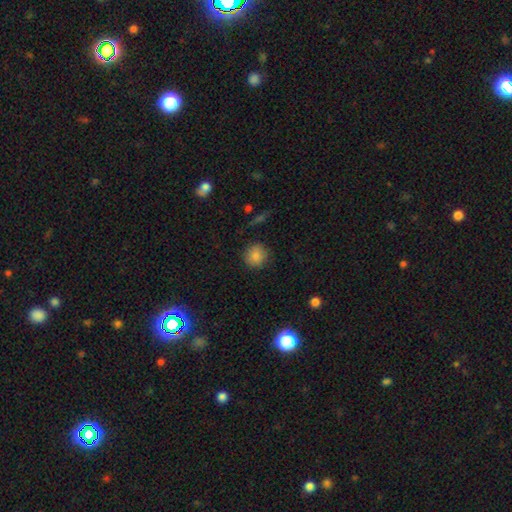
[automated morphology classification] smooth 84%, star or artifact 10%, featured or disk 6%. Down the decision tree: how rounded — round (91%); merging — none (87%).